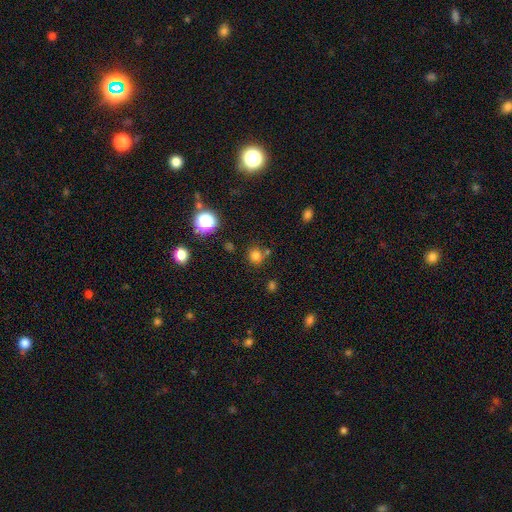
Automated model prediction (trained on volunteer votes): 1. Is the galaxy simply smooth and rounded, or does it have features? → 74% smooth, 20% star or artifact, 6% featured or disk.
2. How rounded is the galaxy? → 87% round, 12% in between, 1% cigar-shaped.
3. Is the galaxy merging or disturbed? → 71% none, 14% merger, 11% minor disturbance, 4% major disturbance.